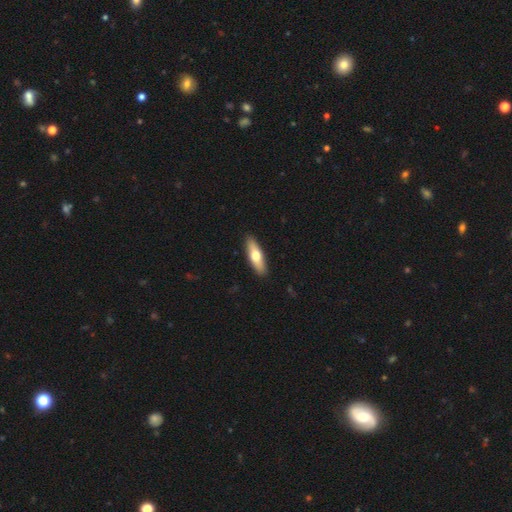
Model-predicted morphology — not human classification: A smooth galaxy with no disk features (64%) that is cigar-shaped (51%).

Vote fractions:
- Smooth or featured? smooth: 64% / featured or disk: 31% / star or artifact: 5%
- How rounded? cigar-shaped: 51% / in between: 47% / round: 2%
- Merging? none: 90% / minor disturbance: 7% / major disturbance: 1% / merger: 1%